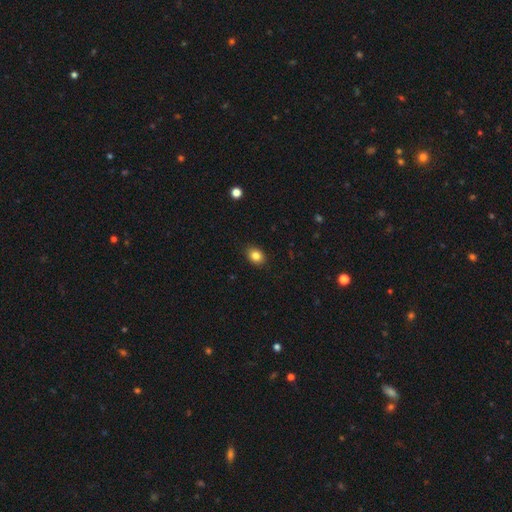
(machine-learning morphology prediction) Smooth or featured: smooth — 84% (star or artifact — 10%)
How rounded: in between — 60% (round — 39%)
Merging: none — 88% (minor disturbance — 9%)